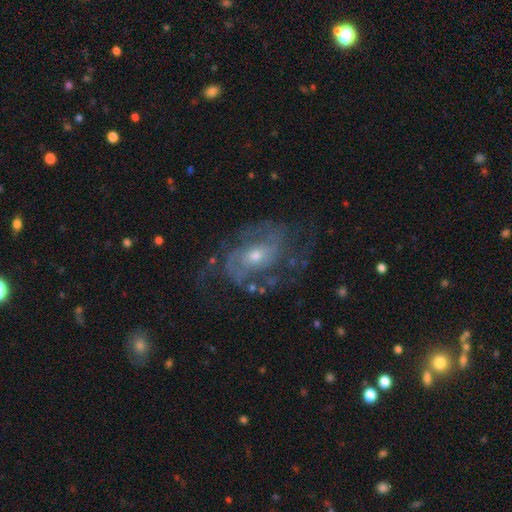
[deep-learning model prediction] A featured or disk galaxy (83%) with no bar (60%), 2 (53%) medium (46%) spiral arms (88%) and a small central bulge (50%). Merging: none (59%).